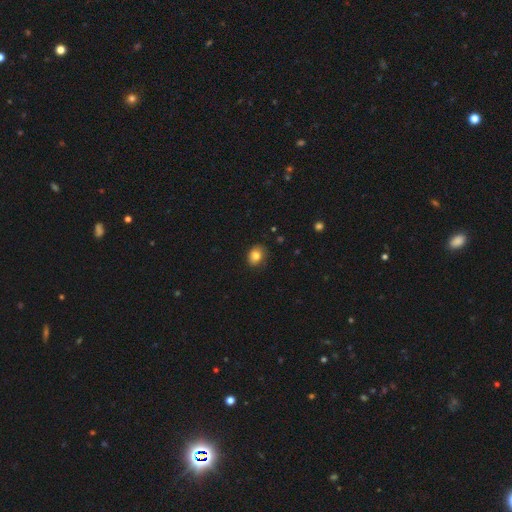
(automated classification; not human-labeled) Smooth or featured? Predicted: smooth (p=0.82). How rounded? Predicted: in between (p=0.51). Merging? Predicted: none (p=0.79).